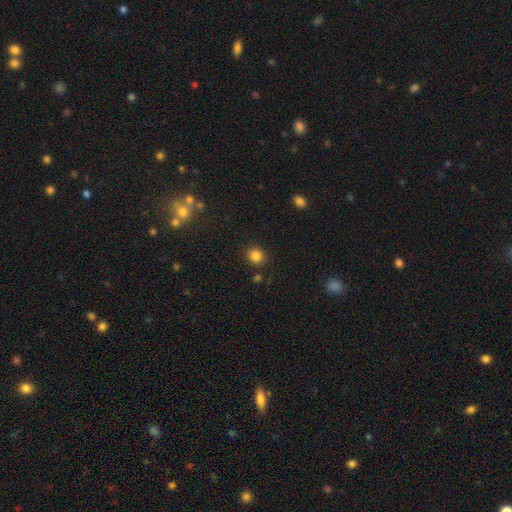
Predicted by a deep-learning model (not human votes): Smooth or featured: smooth — 84% (star or artifact — 12%)
How rounded: round — 84% (in between — 15%)
Merging: none — 88% (minor disturbance — 7%)